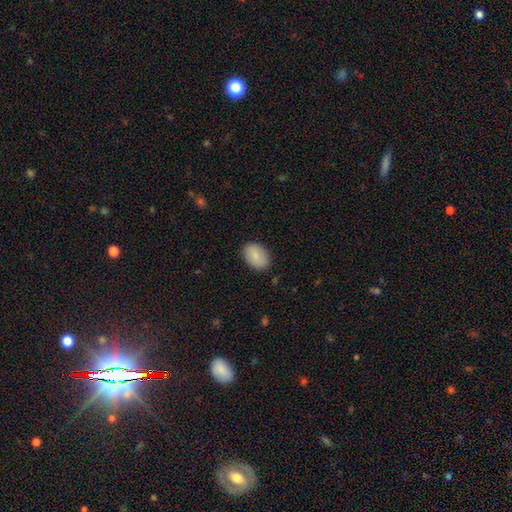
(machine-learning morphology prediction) Smooth or featured? Predicted: smooth (p=0.86). How rounded? Predicted: in between (p=0.89). Merging? Predicted: none (p=0.87).